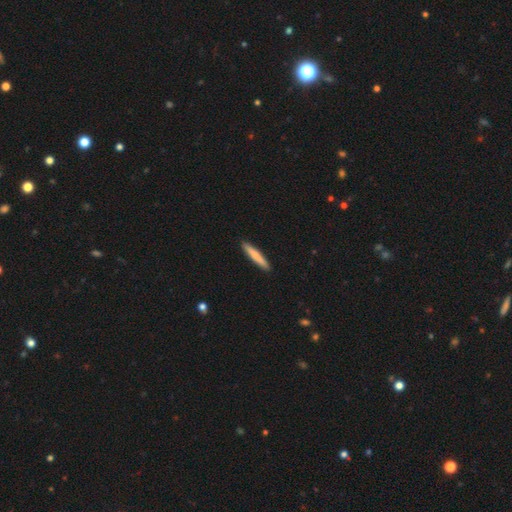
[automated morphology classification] smooth-or-featured: smooth: 77% | featured or disk: 18% | star or artifact: 5%
  how-rounded: cigar-shaped: 94% | in between: 5% | round: 1%
  merging: none: 92% | minor disturbance: 6% | major disturbance: 1% | merger: 1%